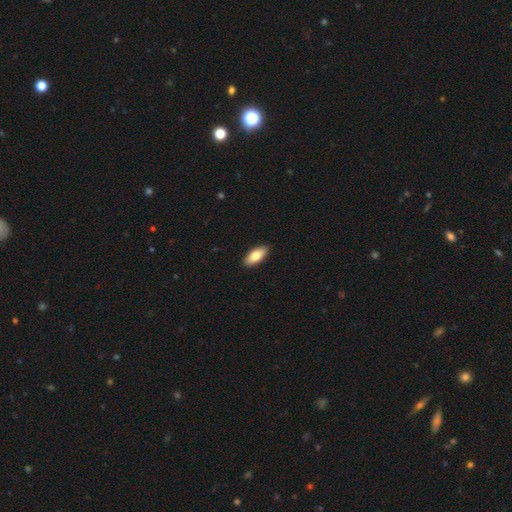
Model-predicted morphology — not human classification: A smooth galaxy with no disk features (77%) that is in between round and cigar-shaped (85%).

Vote fractions:
- Smooth or featured? smooth: 77% / featured or disk: 17% / star or artifact: 6%
- How rounded? in between: 85% / cigar-shaped: 12% / round: 2%
- Merging? none: 91% / minor disturbance: 7% / major disturbance: 1% / merger: 1%